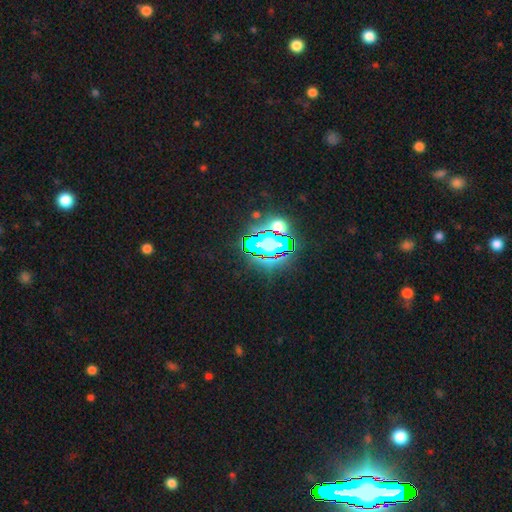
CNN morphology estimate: A star or artifact, not a galaxy (74%).